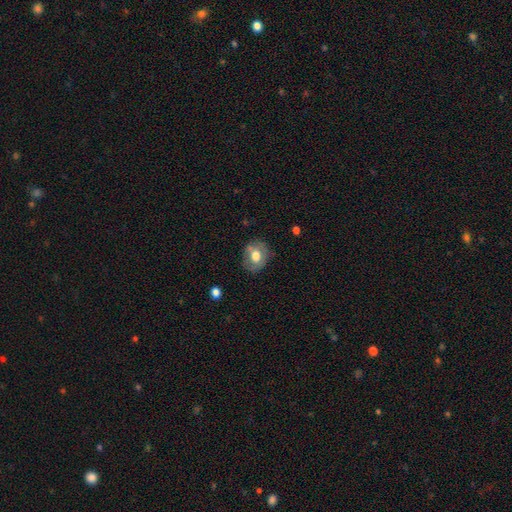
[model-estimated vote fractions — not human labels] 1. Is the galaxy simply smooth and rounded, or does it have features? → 59% smooth, 33% featured or disk, 8% star or artifact.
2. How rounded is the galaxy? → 56% round, 43% in between, 1% cigar-shaped.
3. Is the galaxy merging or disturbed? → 72% none, 20% minor disturbance, 6% major disturbance, 2% merger.